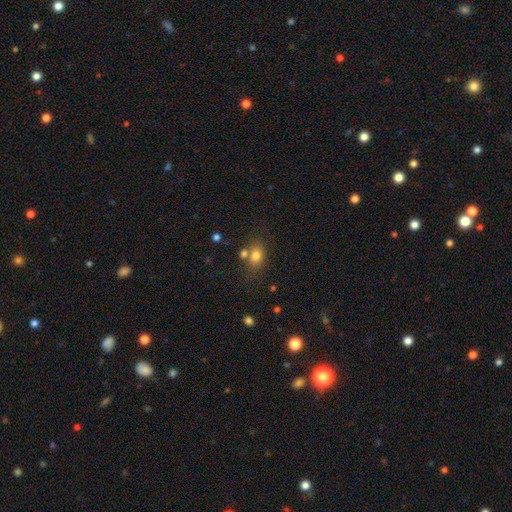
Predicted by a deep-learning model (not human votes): Smooth or featured? Predicted: smooth (p=0.78). How rounded? Predicted: in between (p=0.70). Merging? Predicted: none (p=0.59).